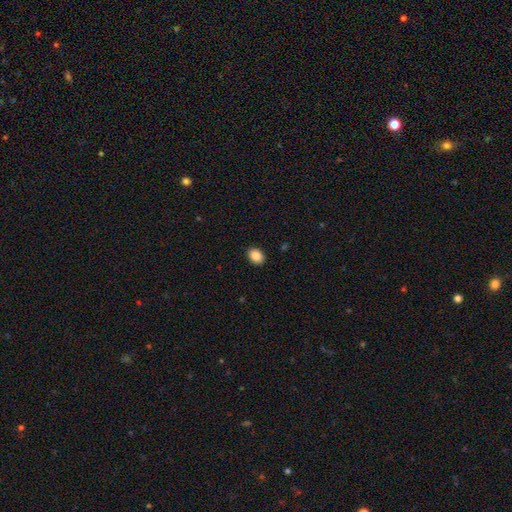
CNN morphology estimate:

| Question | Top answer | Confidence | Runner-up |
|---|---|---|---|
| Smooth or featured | smooth | 87% | star or artifact (8%) |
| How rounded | in between | 70% | round (29%) |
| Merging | none | 91% | minor disturbance (6%) |